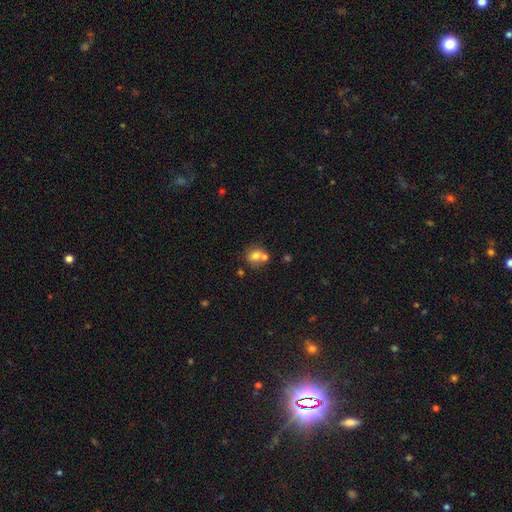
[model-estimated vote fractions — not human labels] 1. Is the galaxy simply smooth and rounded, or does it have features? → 73% smooth, 15% featured or disk, 12% star or artifact.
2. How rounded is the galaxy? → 73% round, 26% in between, 1% cigar-shaped.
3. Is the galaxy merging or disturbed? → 48% none, 39% merger, 10% minor disturbance, 4% major disturbance.